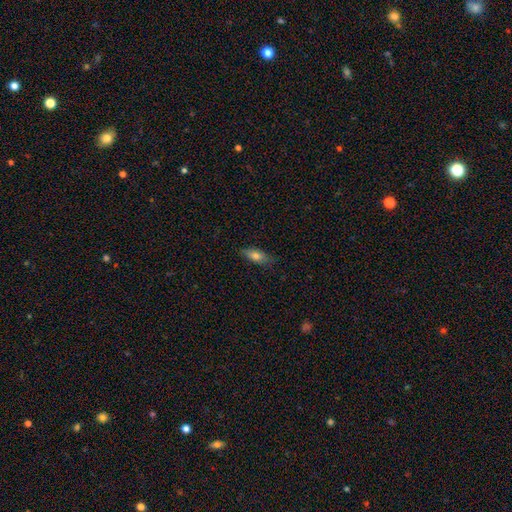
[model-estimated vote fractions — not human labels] Q: Smooth or featured?
A: smooth (76%); runner-up: featured or disk (16%)
Q: How rounded?
A: in between (75%); runner-up: cigar-shaped (22%)
Q: Merging?
A: none (78%); runner-up: minor disturbance (18%)